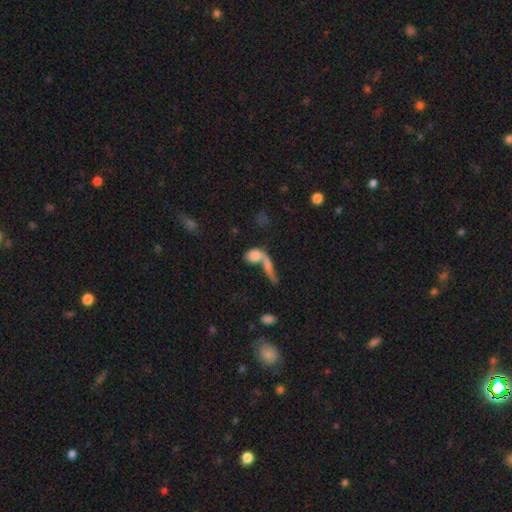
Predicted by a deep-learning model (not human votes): smooth_or_featured: smooth (p=0.67) [alt: featured or disk p=0.23]
how_rounded: in between (p=0.62) [alt: round p=0.22]
merging: merger (p=0.61) [alt: none p=0.20]